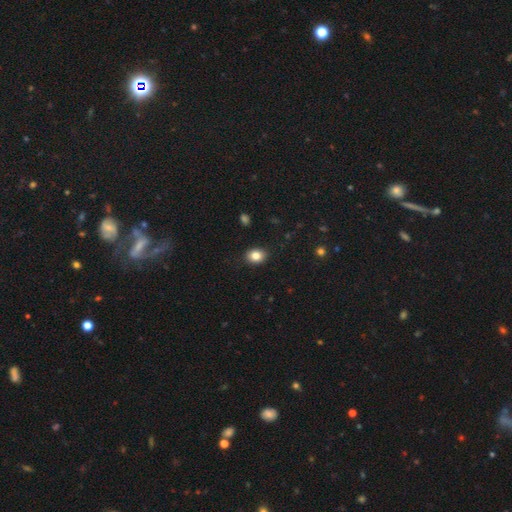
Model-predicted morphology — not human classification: Overall: smooth (84%). How rounded: in between (54%; round 45%). Merging: none (89%).